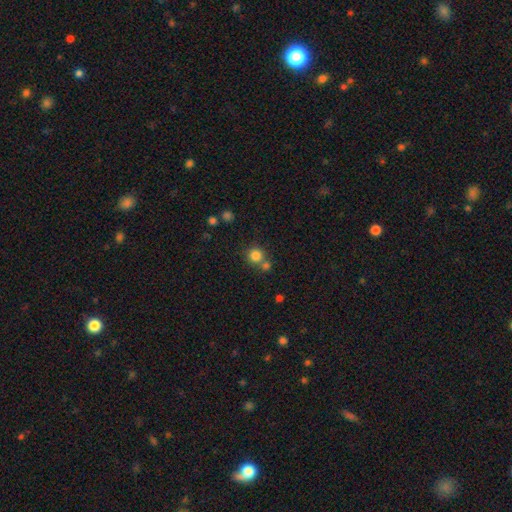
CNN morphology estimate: smooth 81%, star or artifact 12%, featured or disk 6%. Down the decision tree: how rounded — round (92%); merging — none (61%).